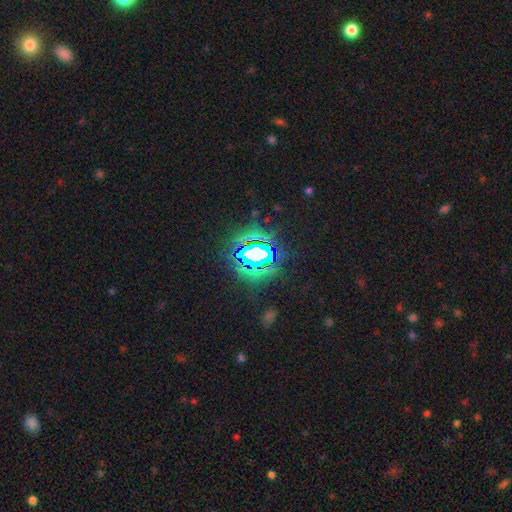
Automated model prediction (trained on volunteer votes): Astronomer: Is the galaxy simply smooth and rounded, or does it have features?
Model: star or artifact — 72%.